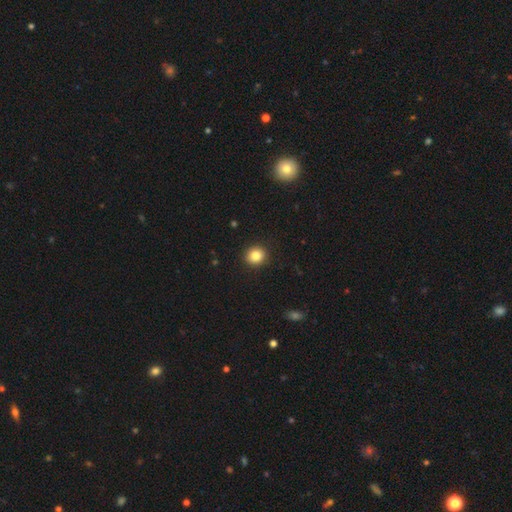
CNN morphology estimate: This is clearly a smooth galaxy (85%). How rounded: clearly round (85%). Merging: clearly none (92%).